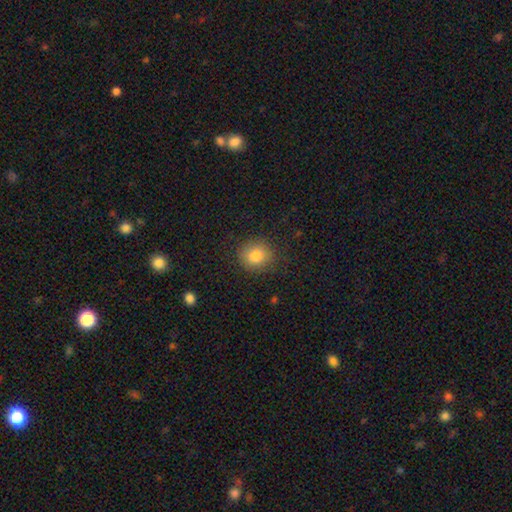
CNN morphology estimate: Smooth or featured? Predicted: smooth (p=0.81). How rounded? Predicted: round (p=0.84). Merging? Predicted: none (p=0.85).